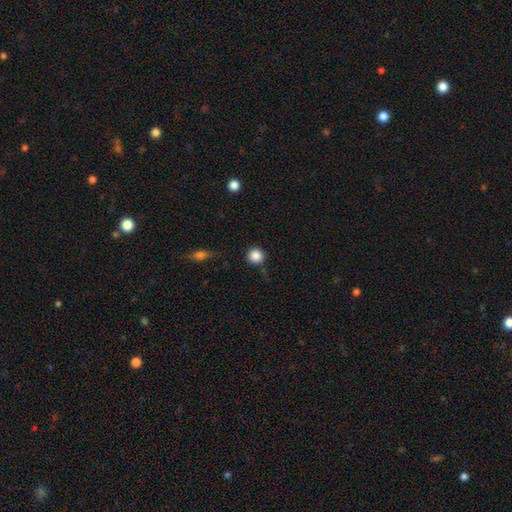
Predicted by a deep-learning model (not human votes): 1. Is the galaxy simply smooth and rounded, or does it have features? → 86% smooth, 10% star or artifact, 4% featured or disk.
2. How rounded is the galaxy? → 95% round, 4% in between, 1% cigar-shaped.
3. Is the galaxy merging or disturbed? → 84% none, 10% minor disturbance, 3% major disturbance, 3% merger.